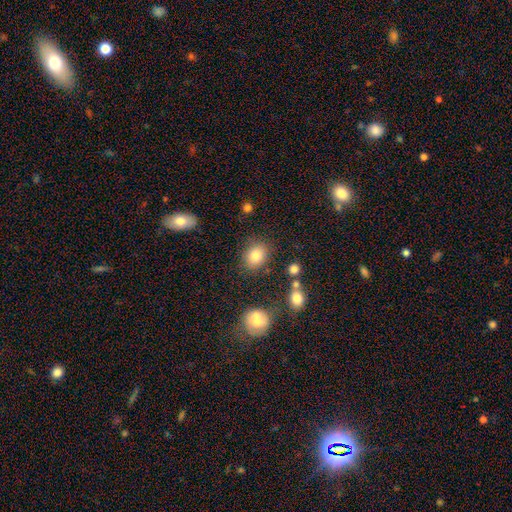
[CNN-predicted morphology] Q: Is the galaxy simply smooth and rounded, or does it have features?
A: smooth — 81%.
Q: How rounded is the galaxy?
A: in between — 50%.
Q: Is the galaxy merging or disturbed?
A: none — 80%.